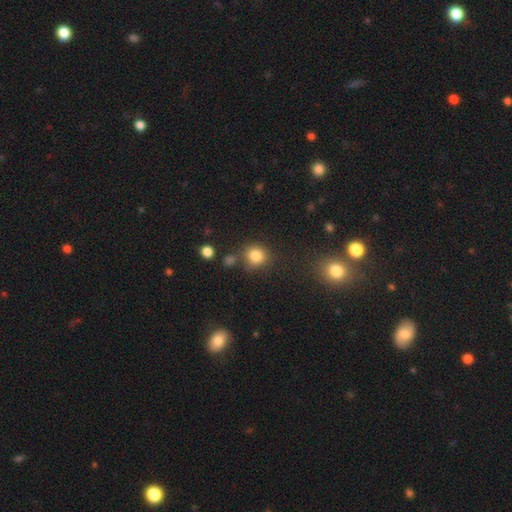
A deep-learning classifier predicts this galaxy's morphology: A smooth galaxy with no disk features (82%) that is round (83%).

Vote fractions:
- Smooth or featured? smooth: 82% / star or artifact: 12% / featured or disk: 6%
- How rounded? round: 83% / in between: 16% / cigar-shaped: 1%
- Merging? none: 73% / minor disturbance: 13% / merger: 9% / major disturbance: 5%